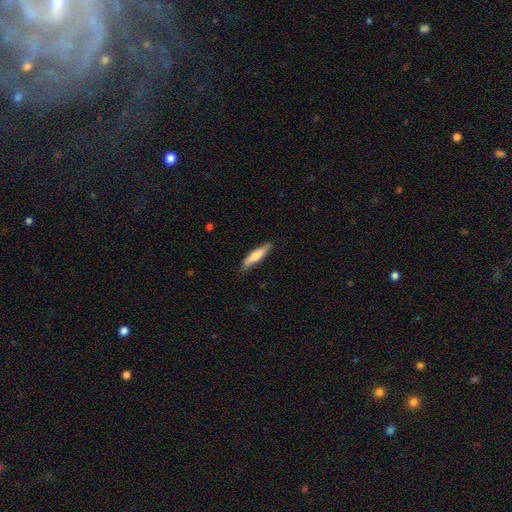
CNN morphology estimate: smooth 70%, featured or disk 25%, star or artifact 5%. Down the decision tree: how rounded — cigar-shaped (78%); merging — none (85%).